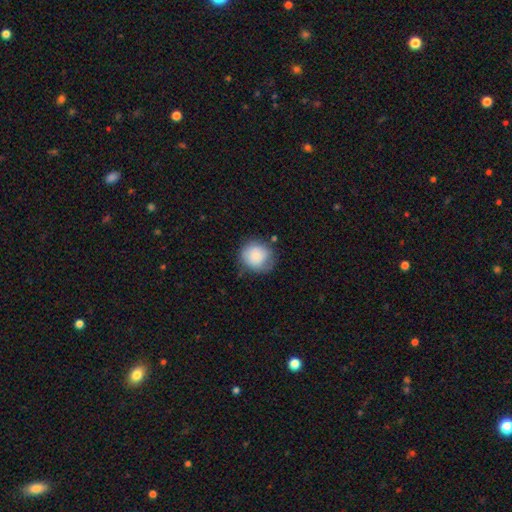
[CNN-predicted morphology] This is clearly a smooth galaxy (85%). How rounded: clearly round (85%). Merging: likely none (67%).